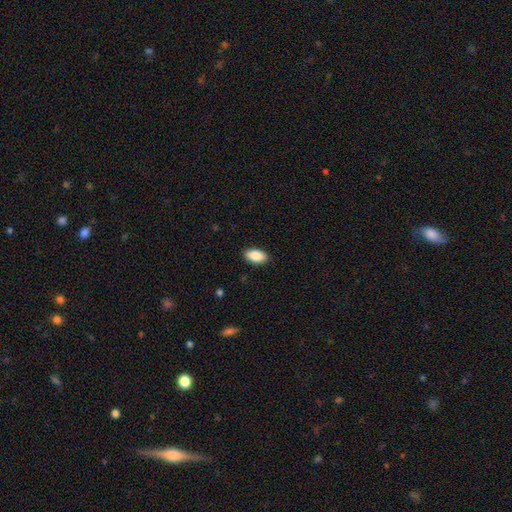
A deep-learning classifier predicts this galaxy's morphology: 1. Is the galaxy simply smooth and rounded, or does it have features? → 89% smooth, 6% star or artifact, 5% featured or disk.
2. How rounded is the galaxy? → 94% in between, 4% cigar-shaped, 3% round.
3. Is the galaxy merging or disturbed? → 90% none, 8% minor disturbance, 2% major disturbance, 1% merger.